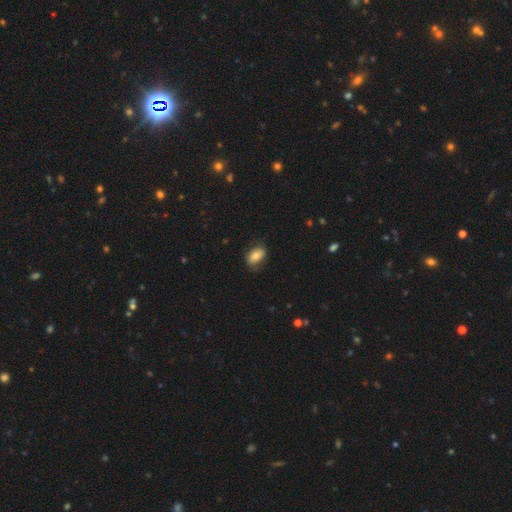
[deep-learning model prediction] Smooth or featured? Predicted: smooth (p=0.75). How rounded? Predicted: in between (p=0.87). Merging? Predicted: none (p=0.73).